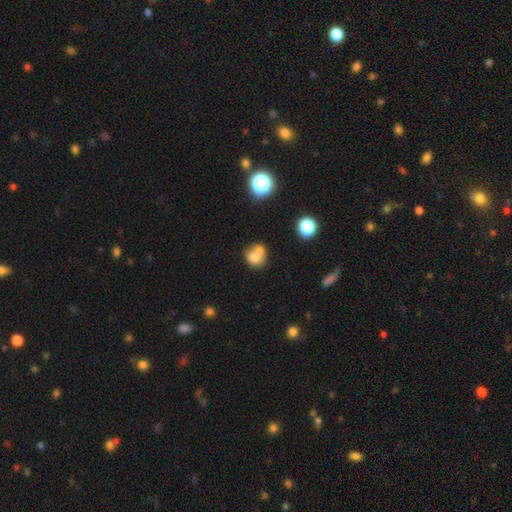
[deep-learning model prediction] This appears to be a smooth galaxy with no disk features (72%) that is round (74%). Merging: merger (55%).